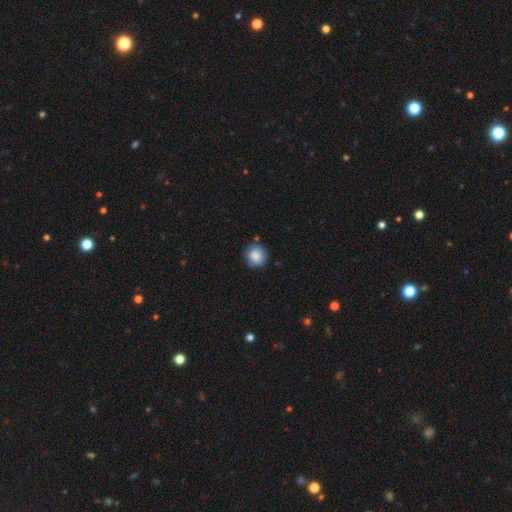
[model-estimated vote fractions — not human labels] This is clearly a smooth galaxy (86%). How rounded: clearly round (91%). Merging: likely none (80%).